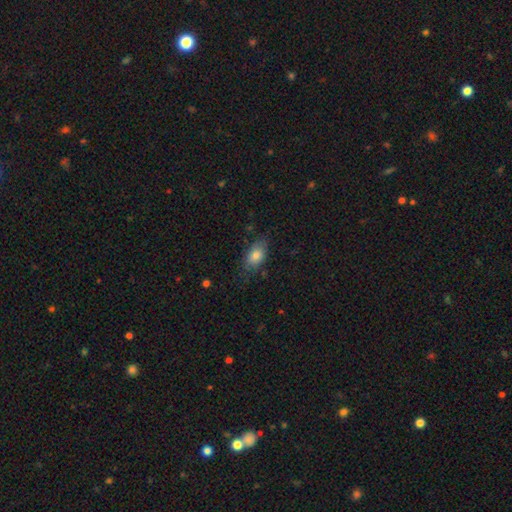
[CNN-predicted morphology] This appears to be a smooth galaxy with no disk features (80%) that is in between round and cigar-shaped (89%). Merging: none (68%).